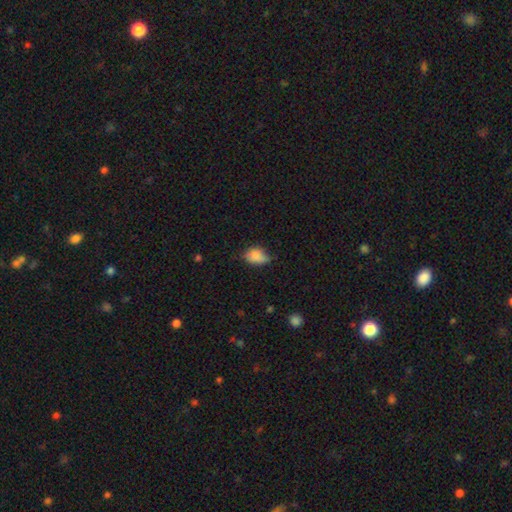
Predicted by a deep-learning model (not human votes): Smooth or featured? Predicted: smooth (p=0.79). How rounded? Predicted: in between (p=0.78). Merging? Predicted: none (p=0.44).